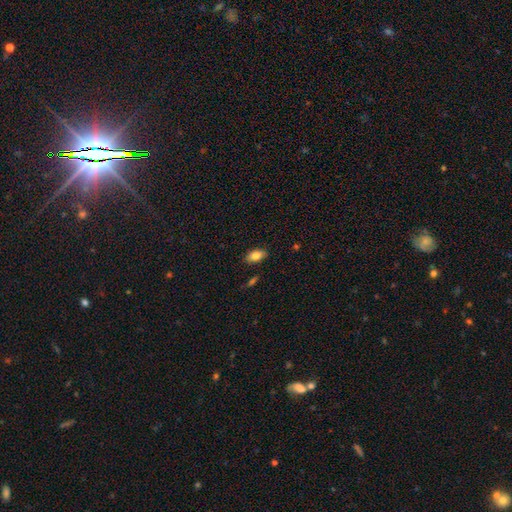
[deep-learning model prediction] A smooth galaxy with no disk features (83%) that is in between round and cigar-shaped (91%).

Vote fractions:
- Smooth or featured? smooth: 83% / featured or disk: 9% / star or artifact: 8%
- How rounded? in between: 91% / round: 5% / cigar-shaped: 4%
- Merging? none: 84% / minor disturbance: 12% / major disturbance: 2% / merger: 2%